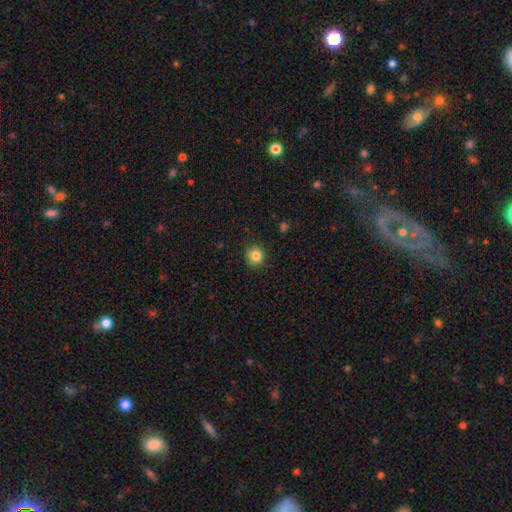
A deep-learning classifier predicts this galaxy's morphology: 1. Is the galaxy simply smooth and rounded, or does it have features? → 84% smooth, 11% star or artifact, 5% featured or disk.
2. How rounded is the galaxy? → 93% round, 6% in between, 1% cigar-shaped.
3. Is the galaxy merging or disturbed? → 88% none, 9% minor disturbance, 2% major disturbance, 1% merger.